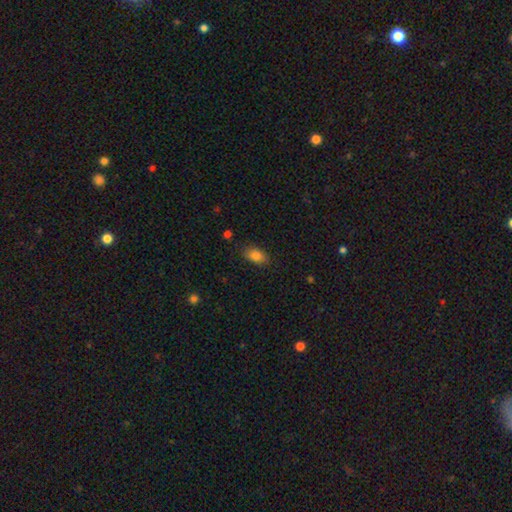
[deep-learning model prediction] smooth_or_featured: smooth (p=0.85) [alt: star or artifact p=0.09]
how_rounded: in between (p=0.87) [alt: round p=0.10]
merging: none (p=0.82) [alt: minor disturbance p=0.14]